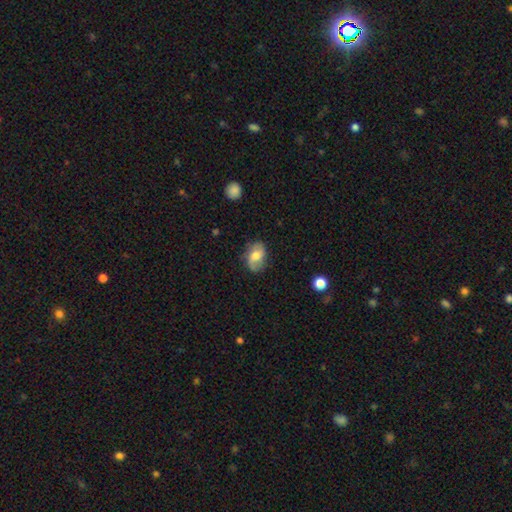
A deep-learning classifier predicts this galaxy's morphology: smooth 51%, featured or disk 41%, star or artifact 8%. Down the decision tree: how rounded — in between (80%); merging — none (71%).